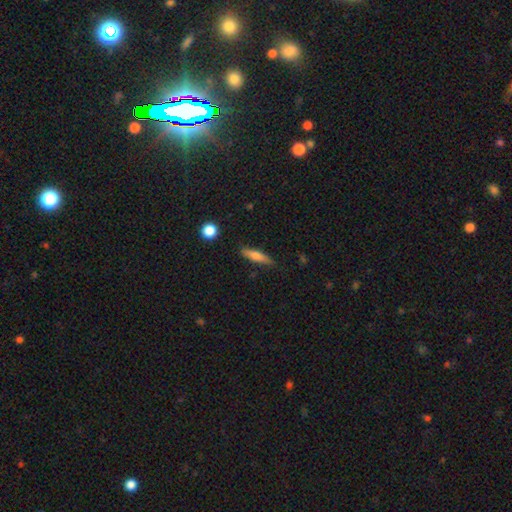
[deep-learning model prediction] smooth 60%, featured or disk 33%, star or artifact 7%. Down the decision tree: how rounded — cigar-shaped (77%); merging — none (83%).